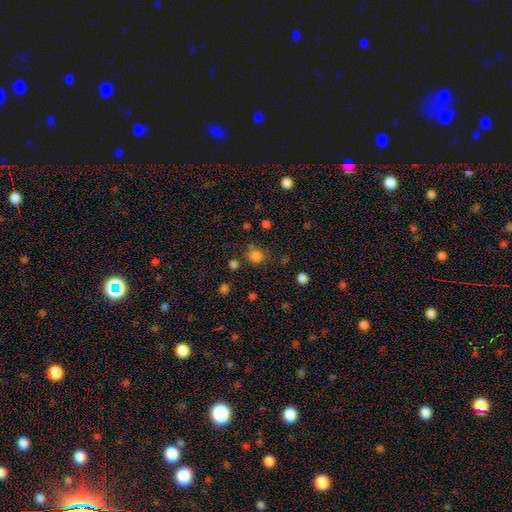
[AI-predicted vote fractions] This is likely a smooth galaxy (80%). How rounded: clearly round (89%). Merging: likely none (75%).